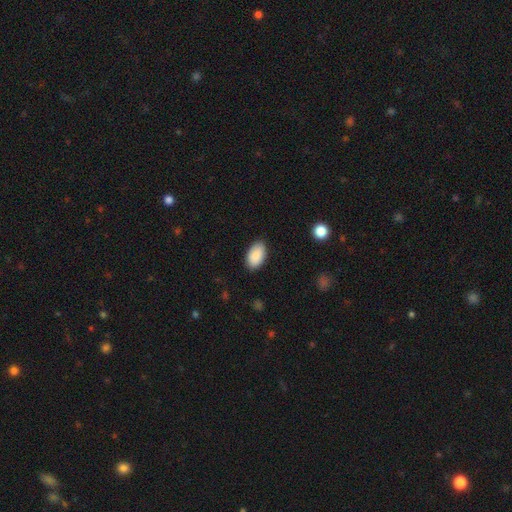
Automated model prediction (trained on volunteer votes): Overall: smooth (89%). How rounded: in between (94%). Merging: none (86%).